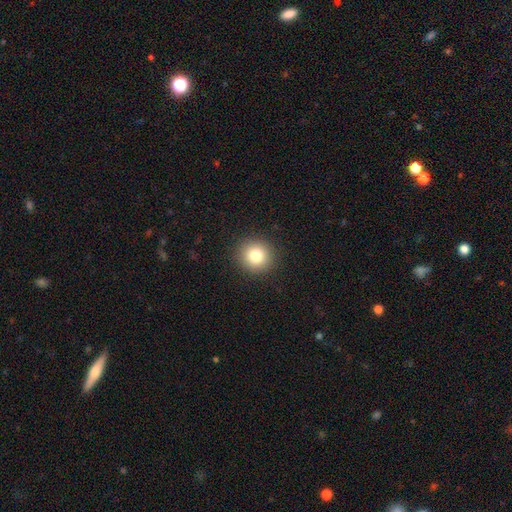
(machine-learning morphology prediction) Q: Smooth or featured?
A: smooth (80%); runner-up: star or artifact (12%)
Q: How rounded?
A: round (93%); runner-up: in between (6%)
Q: Merging?
A: none (92%); runner-up: minor disturbance (5%)